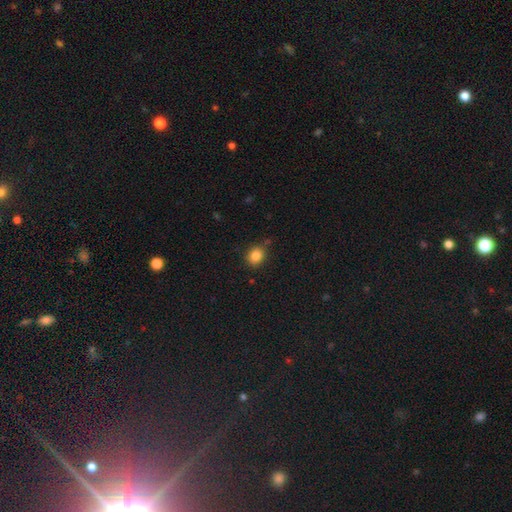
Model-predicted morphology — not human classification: type=smooth (85%); roundness=round (61%); merging=none (79%).